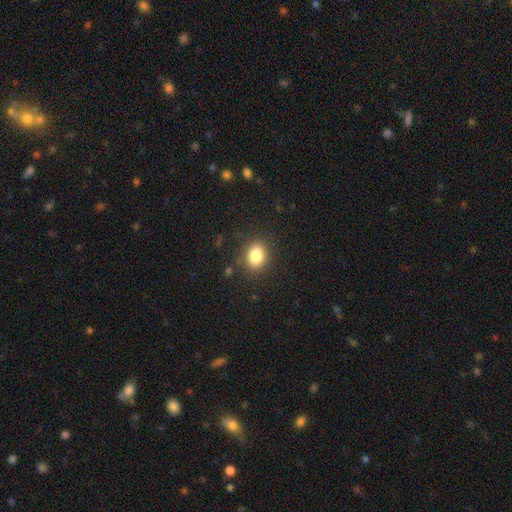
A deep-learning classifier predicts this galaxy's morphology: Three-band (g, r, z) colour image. It shows a smooth galaxy with no disk features (84%) that is in between round and cigar-shaped (57%). Merging: none (85%).